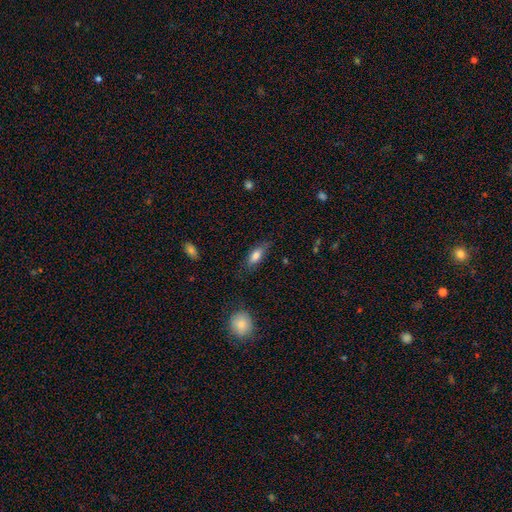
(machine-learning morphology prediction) Smooth or featured: smooth — 78% (featured or disk — 15%)
How rounded: in between — 72% (cigar-shaped — 24%)
Merging: none — 71% (minor disturbance — 22%)